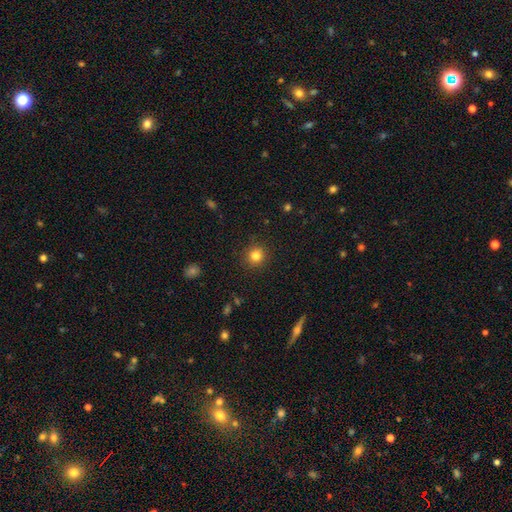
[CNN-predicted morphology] The model was most divided on "smooth or featured": smooth: 82%, star or artifact: 12%, featured or disk: 6%. More confident: how rounded — round (92%); merging — none (90%).